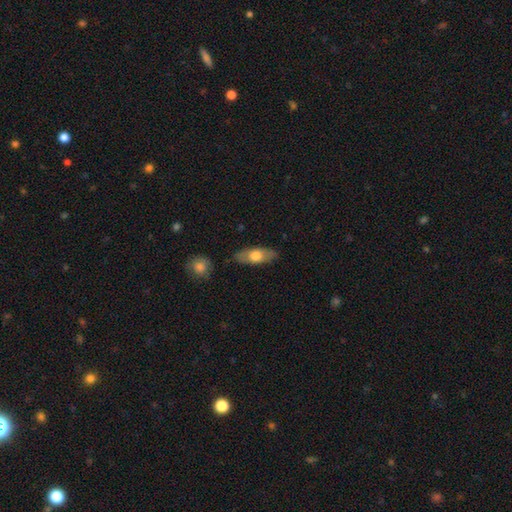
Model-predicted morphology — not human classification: Smooth or featured?
  - smooth: 60% *
  - featured or disk: 35%
  - star or artifact: 6%
How rounded?
  - in between: 76% *
  - cigar-shaped: 21%
  - round: 4%
Merging?
  - none: 83% *
  - minor disturbance: 12%
  - major disturbance: 3%
  - merger: 2%